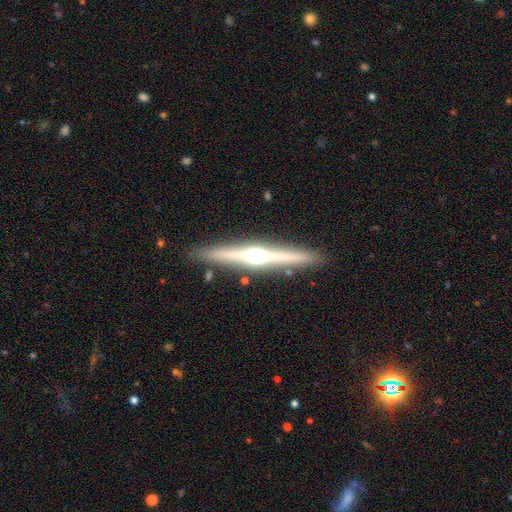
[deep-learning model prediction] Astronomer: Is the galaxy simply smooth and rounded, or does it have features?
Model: featured or disk — 78%.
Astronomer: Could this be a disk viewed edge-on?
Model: yes — 98%.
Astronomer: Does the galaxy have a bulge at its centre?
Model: rounded — 94%.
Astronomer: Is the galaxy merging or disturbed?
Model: none — 88%.